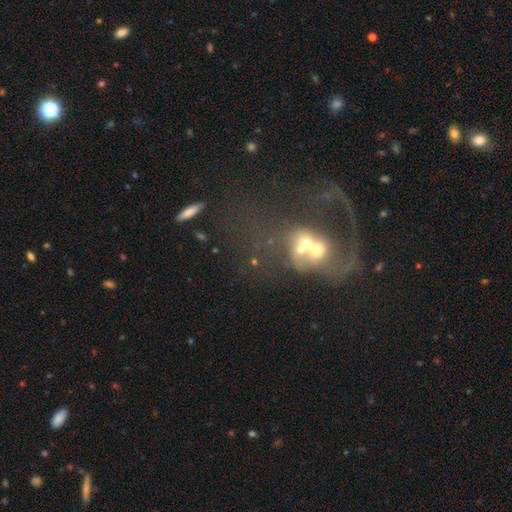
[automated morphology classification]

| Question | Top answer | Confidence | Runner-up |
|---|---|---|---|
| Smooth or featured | featured or disk | 64% | smooth (21%) |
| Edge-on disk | no | 96% | yes (4%) |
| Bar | no | 69% | weak (23%) |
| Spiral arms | yes | 55% | no (45%) |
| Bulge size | moderate | 54% | small (21%) |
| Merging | merger | 55% | major disturbance (25%) |